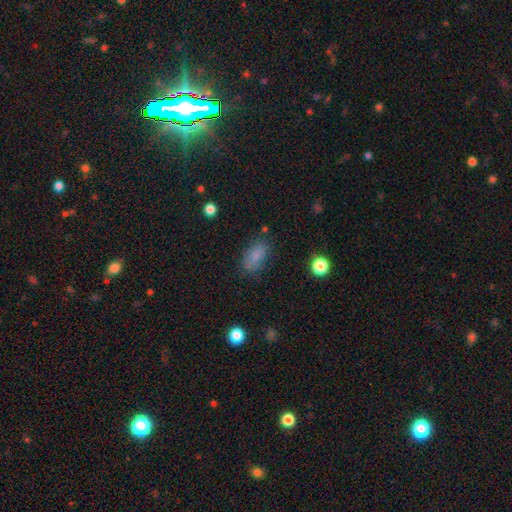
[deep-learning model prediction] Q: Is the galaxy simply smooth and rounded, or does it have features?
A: smooth — 81%.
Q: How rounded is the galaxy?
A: in between — 89%.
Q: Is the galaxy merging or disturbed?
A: none — 74%.